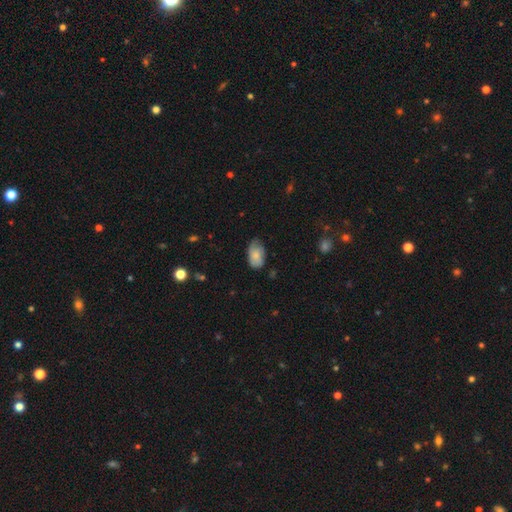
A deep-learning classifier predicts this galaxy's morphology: Smooth or featured? smooth (75%)
How rounded? in between (93%)
Merging? none (61%)